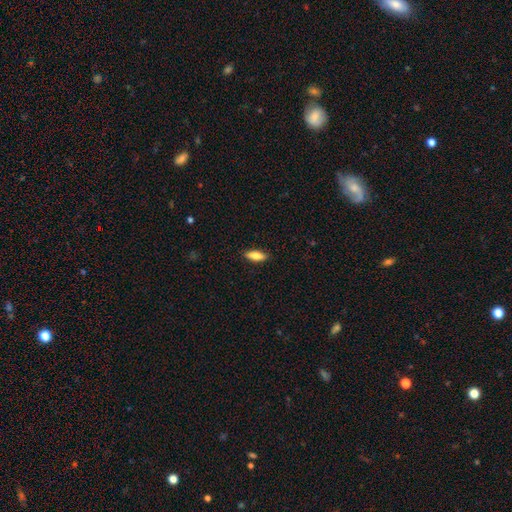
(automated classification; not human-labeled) Smooth or featured: smooth — 83% (featured or disk — 11%)
How rounded: in between — 68% (cigar-shaped — 29%)
Merging: none — 88% (minor disturbance — 9%)